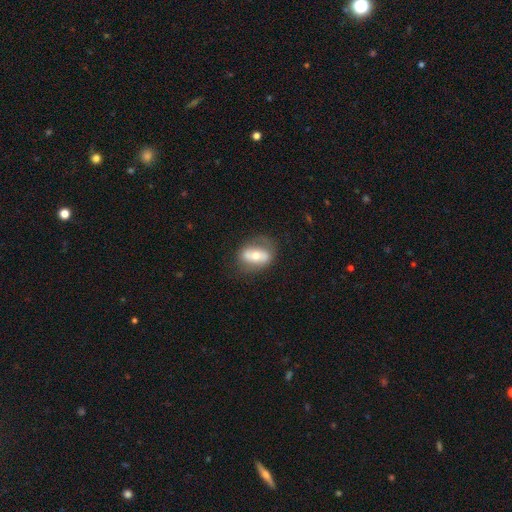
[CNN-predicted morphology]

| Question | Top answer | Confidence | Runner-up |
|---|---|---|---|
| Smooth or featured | featured or disk | 49% | smooth (45%) |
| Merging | none | 68% | minor disturbance (21%) |